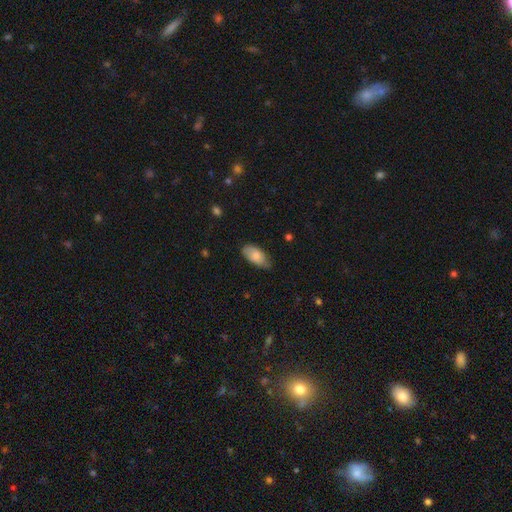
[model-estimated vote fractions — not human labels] This is likely a smooth galaxy (80%). How rounded: clearly in between (92%). Merging: likely none (72%).